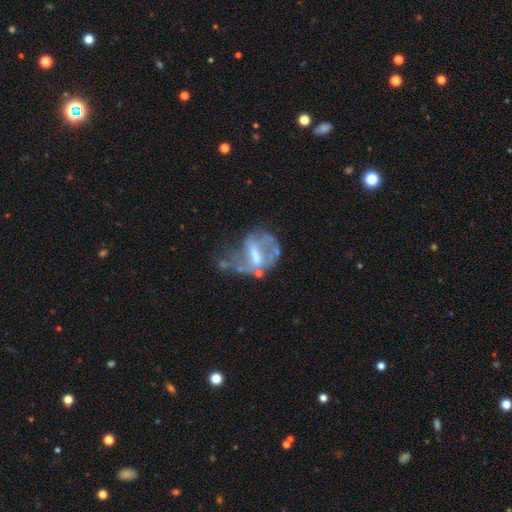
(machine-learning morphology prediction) Smooth or featured? featured or disk (68%)
Edge-on disk? no (97%)
Bar? weak (43%)
Spiral arms? no (57%)
Bulge size? moderate (39%)
Merging? major disturbance (37%)